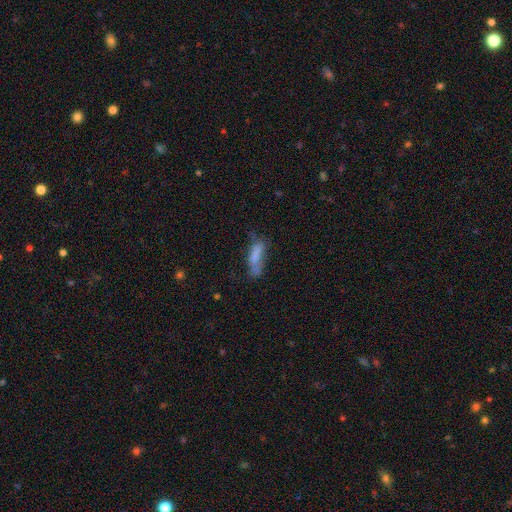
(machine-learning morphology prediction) A smooth galaxy with no disk features (65%) that is cigar-shaped (53%). Merging: none (40%).